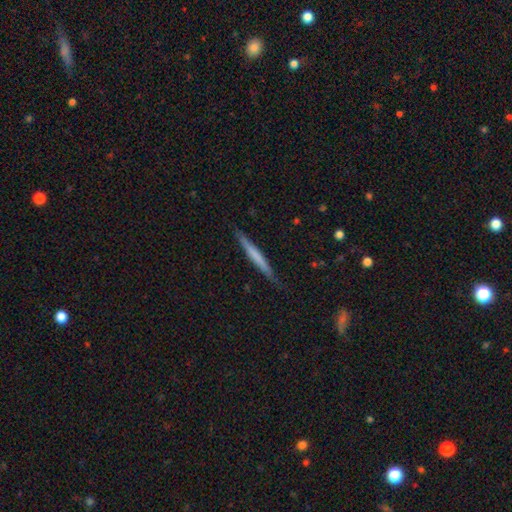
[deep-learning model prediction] A smooth galaxy with no disk features (54%) that is cigar-shaped (96%). Merging: none (85%).